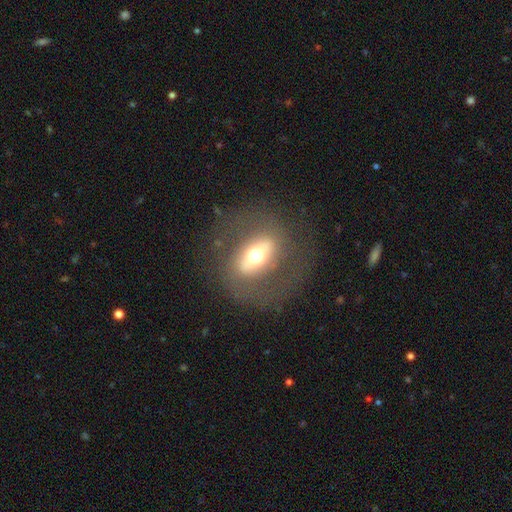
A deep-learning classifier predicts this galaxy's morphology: smooth-or-featured: featured or disk: 51% | smooth: 40% | star or artifact: 9%
  disk-edge-on: no: 74% | yes: 26%
  merging: none: 72% | major disturbance: 14% | minor disturbance: 13% | merger: 2%